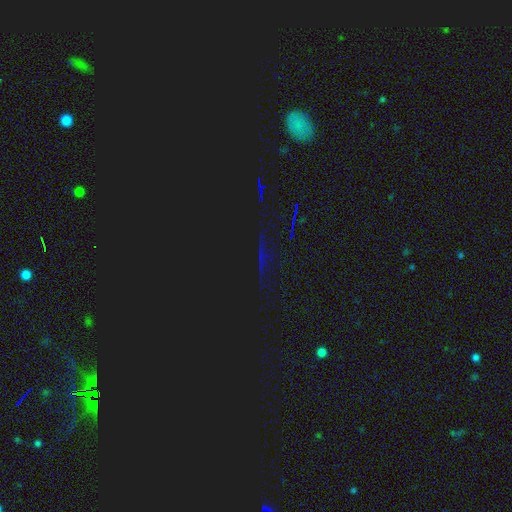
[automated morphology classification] A star or artifact, not a galaxy (86%).